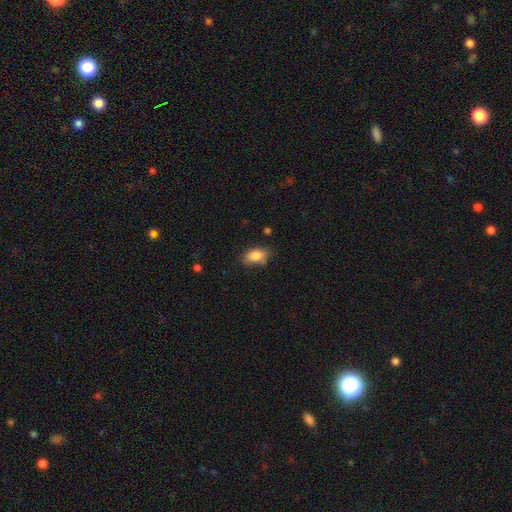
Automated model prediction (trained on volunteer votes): A smooth galaxy with no disk features (85%) that is in between round and cigar-shaped (88%).

Vote fractions:
- Smooth or featured? smooth: 85% / star or artifact: 8% / featured or disk: 8%
- How rounded? in between: 88% / round: 9% / cigar-shaped: 3%
- Merging? none: 71% / minor disturbance: 22% / major disturbance: 4% / merger: 3%